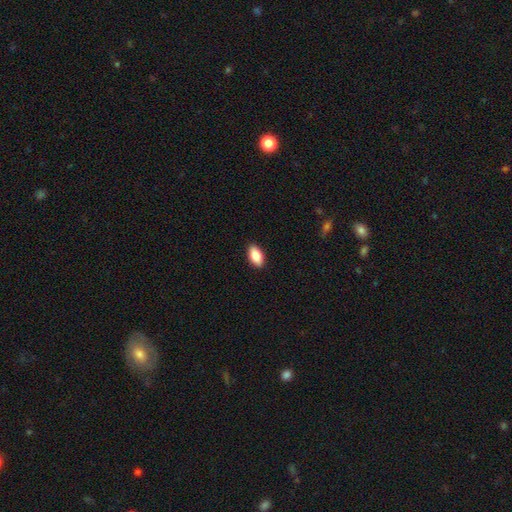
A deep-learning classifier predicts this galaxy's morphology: Overall: smooth (85%). How rounded: in between (92%). Merging: none (90%).